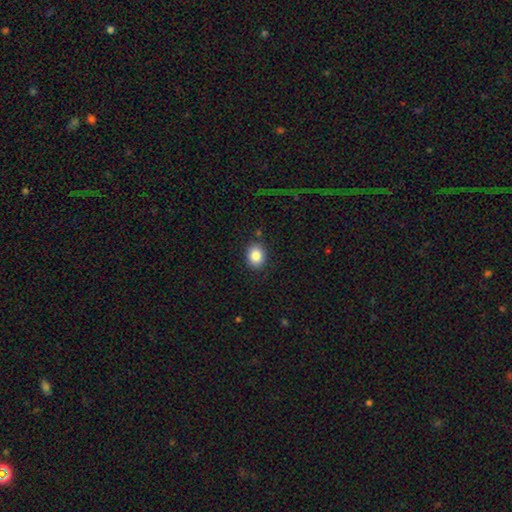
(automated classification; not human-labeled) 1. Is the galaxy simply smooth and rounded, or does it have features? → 86% smooth, 9% star or artifact, 5% featured or disk.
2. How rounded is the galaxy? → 50% round, 49% in between, 1% cigar-shaped.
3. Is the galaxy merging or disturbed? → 87% none, 9% minor disturbance, 3% major disturbance, 2% merger.